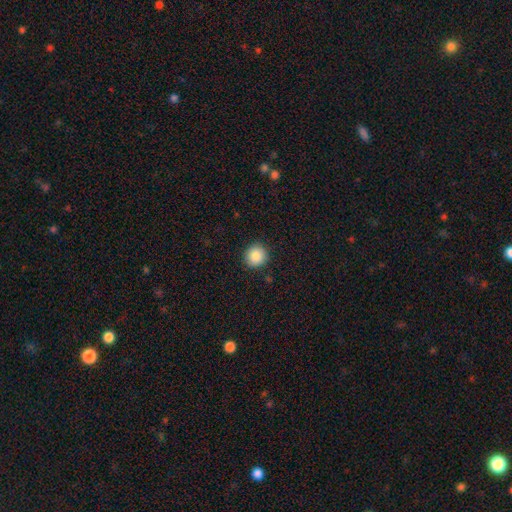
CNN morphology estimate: type=smooth (88%); roundness=round (91%); merging=none (91%).